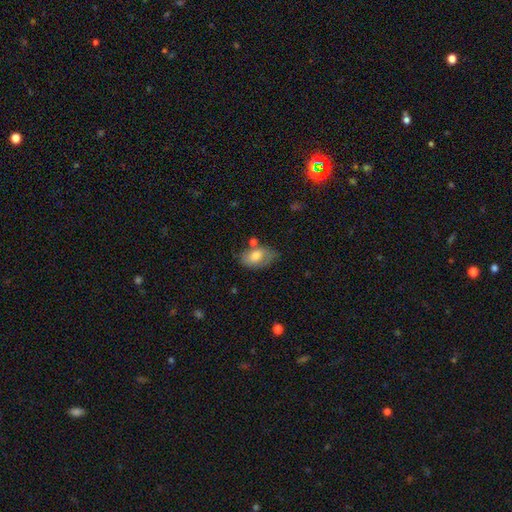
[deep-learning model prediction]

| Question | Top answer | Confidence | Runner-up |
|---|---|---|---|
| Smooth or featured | smooth | 64% | featured or disk (29%) |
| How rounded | in between | 88% | round (10%) |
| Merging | none | 48% | minor disturbance (30%) |